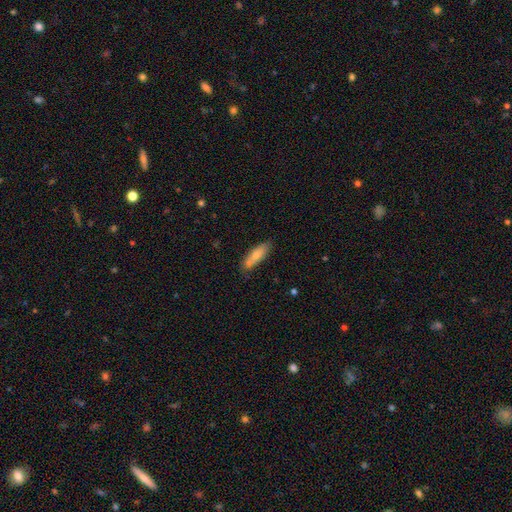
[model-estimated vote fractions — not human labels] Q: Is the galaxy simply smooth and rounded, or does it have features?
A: smooth — 75%.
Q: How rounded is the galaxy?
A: cigar-shaped — 54%.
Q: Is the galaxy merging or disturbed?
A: none — 67%.